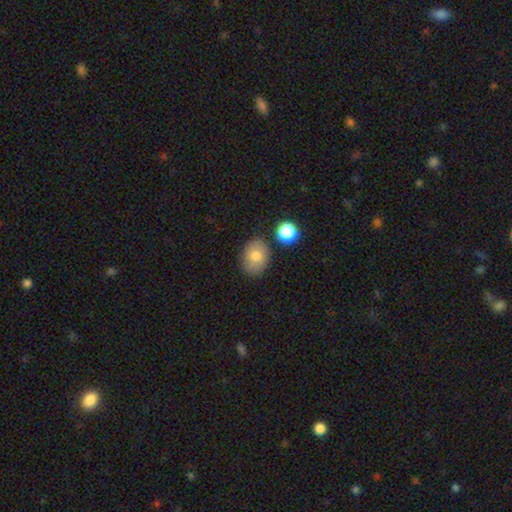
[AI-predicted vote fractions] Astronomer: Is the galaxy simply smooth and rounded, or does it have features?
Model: smooth — 77%.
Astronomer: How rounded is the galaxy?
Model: in between — 64%.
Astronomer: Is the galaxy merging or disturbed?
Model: none — 78%.